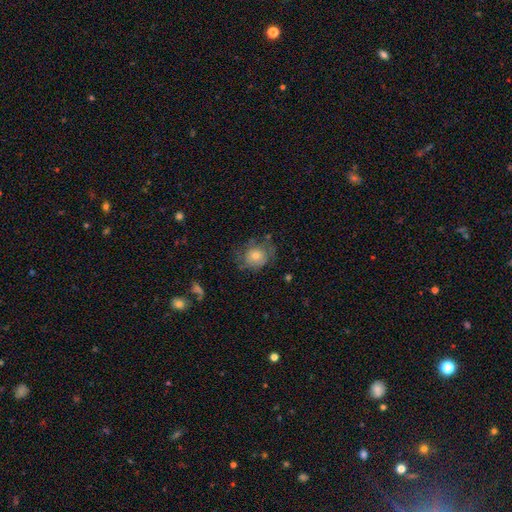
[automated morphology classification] Q: Smooth or featured?
A: smooth (53%); runner-up: featured or disk (37%)
Q: How rounded?
A: round (70%); runner-up: in between (29%)
Q: Merging?
A: none (63%); runner-up: minor disturbance (22%)